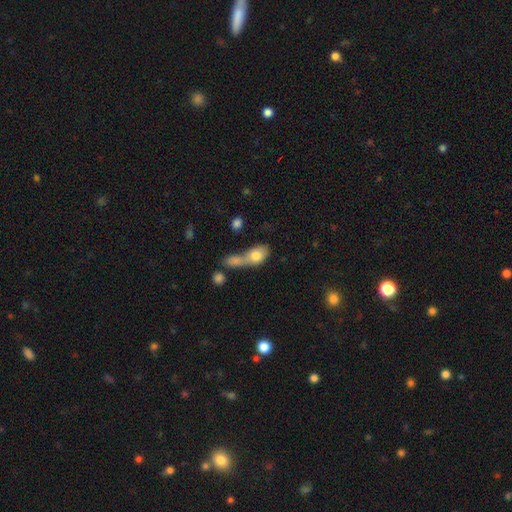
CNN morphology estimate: Smooth or featured? smooth (75%)
How rounded? in between (75%)
Merging? merger (61%)